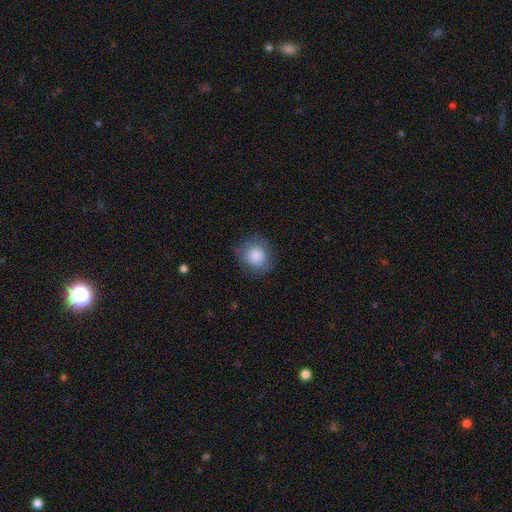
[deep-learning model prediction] Q: Smooth or featured?
A: smooth (83%); runner-up: featured or disk (9%)
Q: How rounded?
A: round (85%); runner-up: in between (14%)
Q: Merging?
A: none (78%); runner-up: minor disturbance (15%)